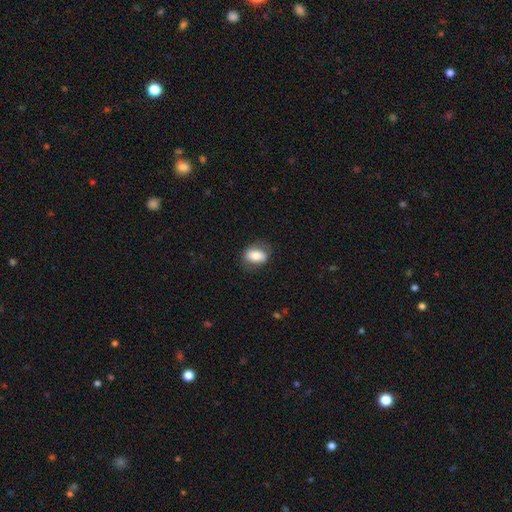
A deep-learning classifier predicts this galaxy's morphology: Smooth or featured: smooth — 75% (featured or disk — 18%)
How rounded: in between — 81% (round — 17%)
Merging: none — 75% (minor disturbance — 18%)